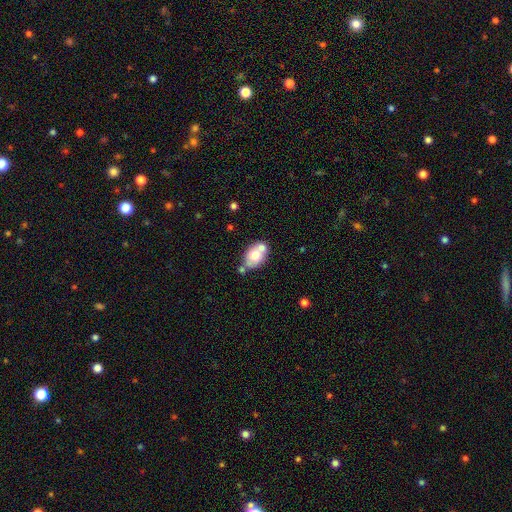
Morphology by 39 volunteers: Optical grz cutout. It shows a smooth galaxy with no disk features (64%) that is in between round and cigar-shaped (56%). Merging: merger (46%).